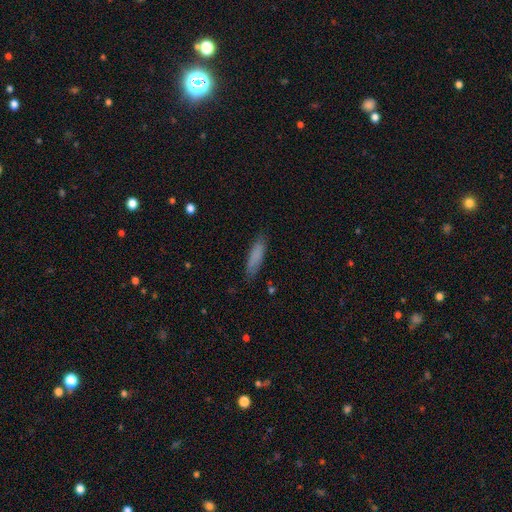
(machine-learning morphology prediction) Smooth or featured?
  - smooth: 82% *
  - featured or disk: 11%
  - star or artifact: 7%
How rounded?
  - cigar-shaped: 71% *
  - in between: 28%
  - round: 1%
Merging?
  - none: 82% *
  - minor disturbance: 14%
  - major disturbance: 3%
  - merger: 1%